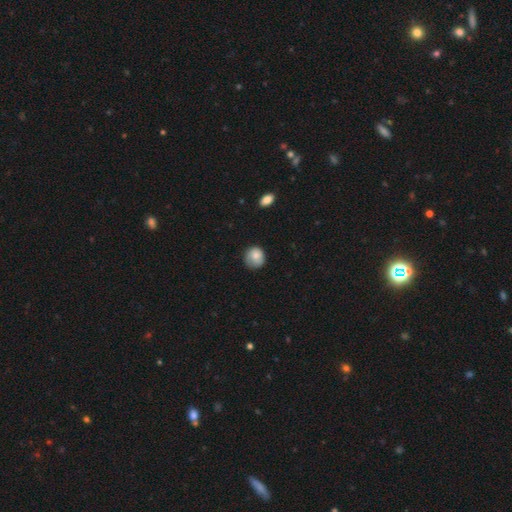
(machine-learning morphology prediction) Overall: smooth (81%). How rounded: round (84%). Merging: none (67%).